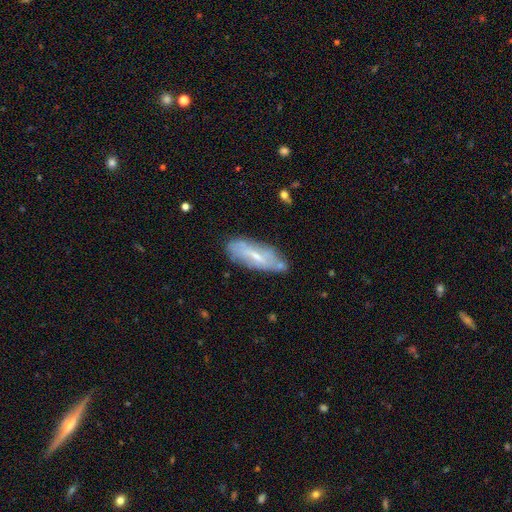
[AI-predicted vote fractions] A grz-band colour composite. It shows a featured or disk galaxy (51%). Merging: none (67%).